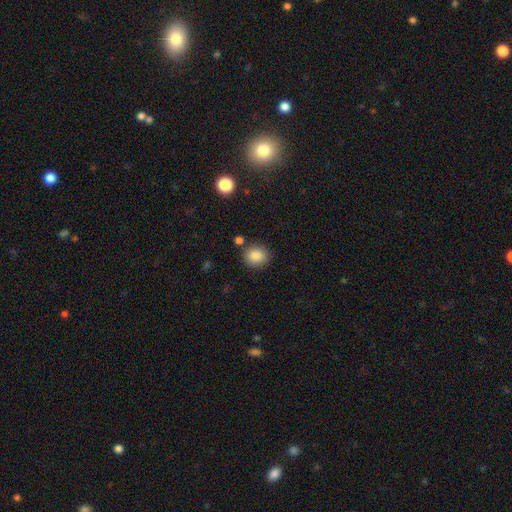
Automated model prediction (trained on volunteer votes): This appears to be a smooth galaxy with no disk features (87%) that is round (68%). Merging: none (80%).